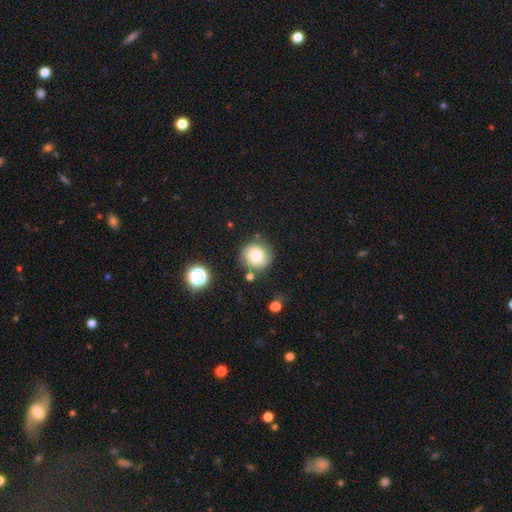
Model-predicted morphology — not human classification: Smooth or featured? Predicted: smooth (p=0.73). How rounded? Predicted: round (p=0.90). Merging? Predicted: none (p=0.77).